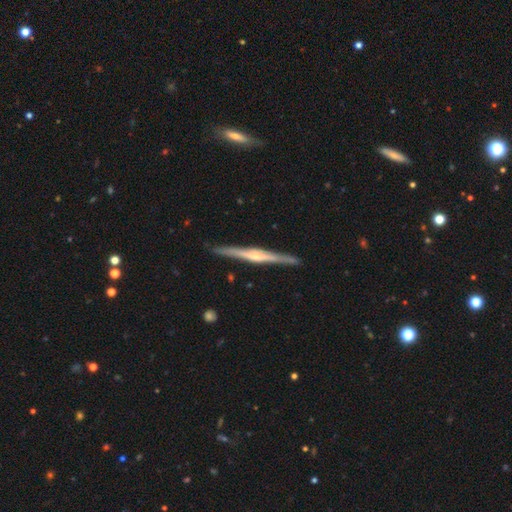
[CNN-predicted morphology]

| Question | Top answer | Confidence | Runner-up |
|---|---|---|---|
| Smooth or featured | featured or disk | 79% | smooth (17%) |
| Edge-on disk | yes | 98% | no (2%) |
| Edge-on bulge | rounded | 67% | boxy (21%) |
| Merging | none | 90% | minor disturbance (7%) |